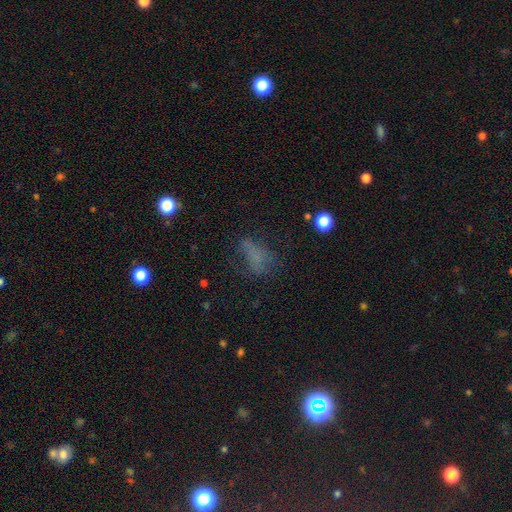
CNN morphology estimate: smooth-or-featured: smooth: 54% | star or artifact: 24% | featured or disk: 22%
  how-rounded: in between: 71% | round: 15% | cigar-shaped: 13%
  merging: none: 46% | major disturbance: 28% | minor disturbance: 22% | merger: 4%